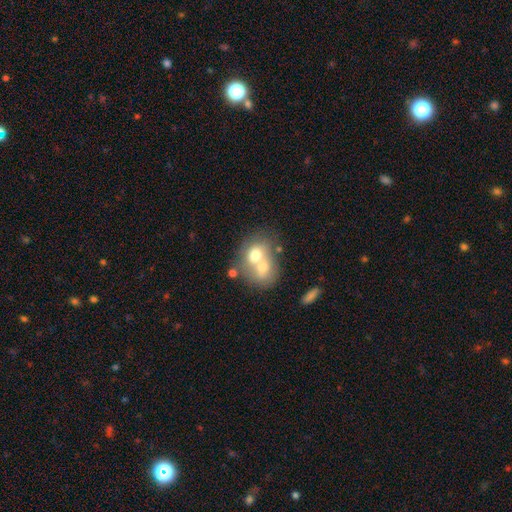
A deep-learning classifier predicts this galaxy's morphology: A smooth galaxy with no disk features (64%) that is round (50%). Merging: merger (67%).